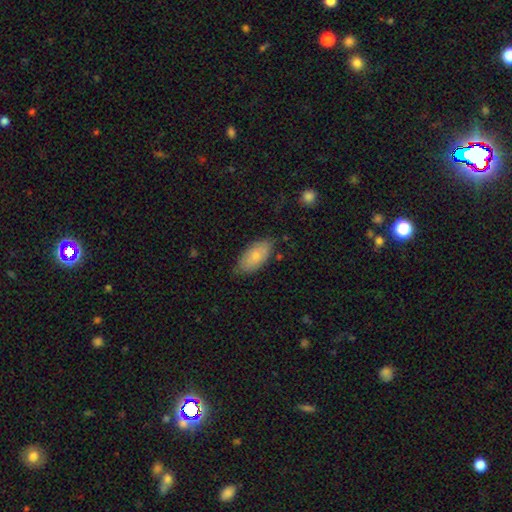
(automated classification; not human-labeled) Q: Smooth or featured?
A: smooth (74%); runner-up: featured or disk (19%)
Q: How rounded?
A: in between (93%); runner-up: cigar-shaped (4%)
Q: Merging?
A: none (71%); runner-up: minor disturbance (23%)